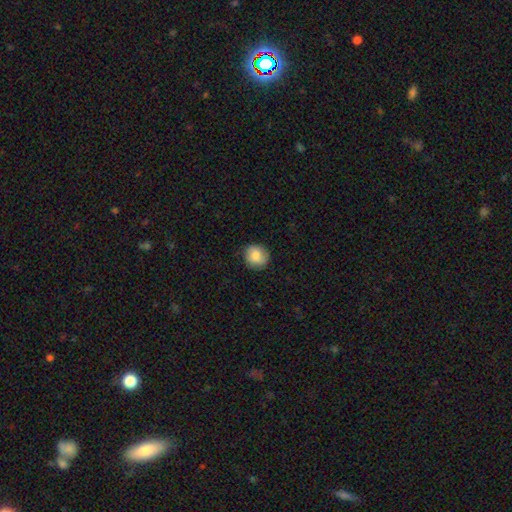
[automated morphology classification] This appears to be a smooth galaxy with no disk features (83%) that is round (87%). Merging: none (84%).